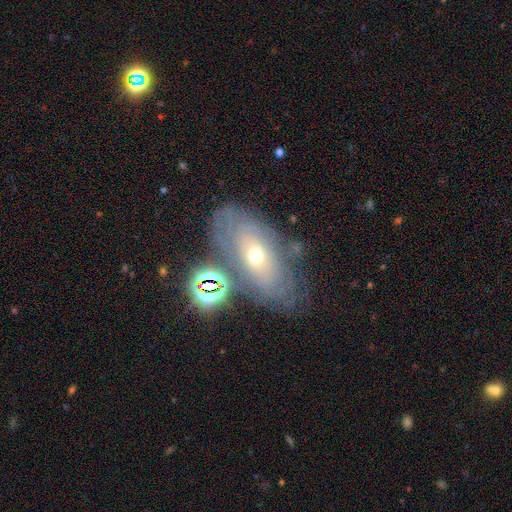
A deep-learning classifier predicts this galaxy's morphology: A featured or disk galaxy (59%) with no bar (81%), spiral arms (61%) and a moderate central bulge (50%).

Vote fractions:
- Smooth or featured? featured or disk: 59% / smooth: 26% / star or artifact: 16%
- Edge-on disk? no: 87% / yes: 13%
- Bar? no: 81% / weak: 14% / strong: 5%
- Spiral arms? yes: 61% / no: 39%
- Bulge size? moderate: 50% / small: 45% / large: 3% / dominant: 1% / none: 1%
- Merging? none: 61% / minor disturbance: 19% / major disturbance: 11% / merger: 8%